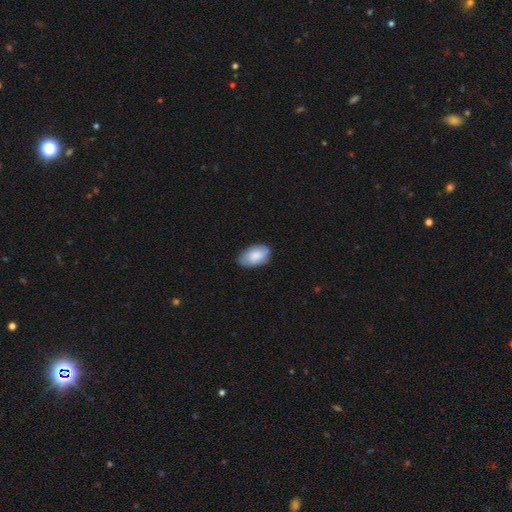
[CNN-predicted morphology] This is likely a smooth galaxy (79%). How rounded: clearly in between (94%). Merging: likely none (77%).